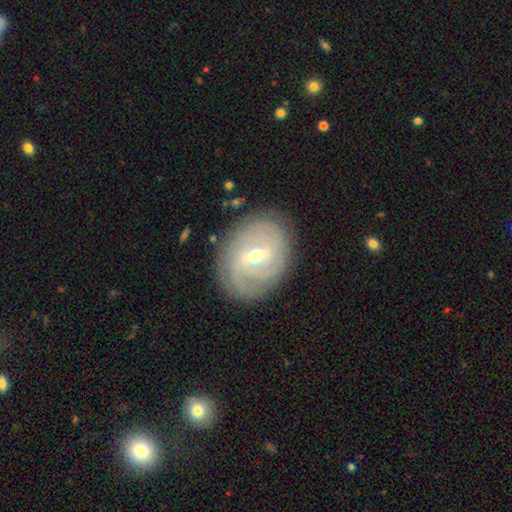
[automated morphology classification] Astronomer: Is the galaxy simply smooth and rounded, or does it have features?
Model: featured or disk — 82%.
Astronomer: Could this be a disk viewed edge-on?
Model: no — 96%.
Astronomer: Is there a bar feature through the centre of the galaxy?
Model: weak — 54% (runner-up: strong, 33%).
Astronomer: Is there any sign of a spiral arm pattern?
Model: yes — 90%.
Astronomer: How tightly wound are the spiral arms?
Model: tight — 62%.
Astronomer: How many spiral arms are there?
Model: can't tell — 35% (runner-up: 2, 28%).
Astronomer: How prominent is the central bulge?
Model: moderate — 51% (runner-up: small, 46%).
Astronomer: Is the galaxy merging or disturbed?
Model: none — 82%.